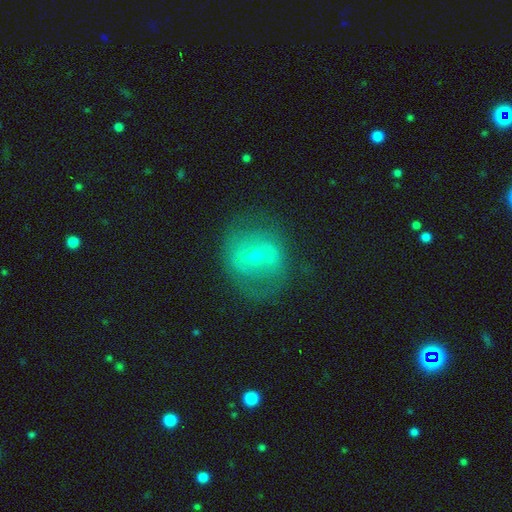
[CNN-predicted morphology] This is likely a featured or disk galaxy (62%). It is clearly not viewed edge-on (93%). Bar: marginally weak (40%). Spiral arm pattern: likely no (61%). Central bulge: possibly small (59%). Merging: likely none (62%).